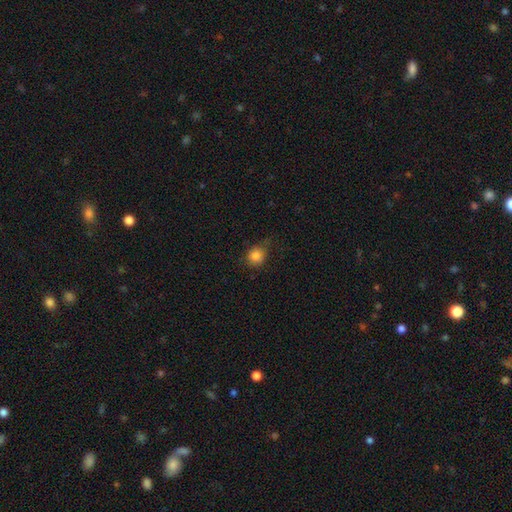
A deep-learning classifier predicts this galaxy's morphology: type=smooth (83%); roundness=round (81%); merging=none (68%).